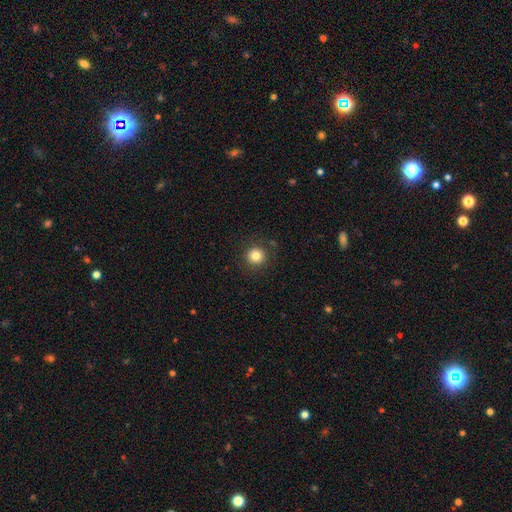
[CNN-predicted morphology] Overall: smooth (82%). How rounded: round (95%). Merging: none (89%).